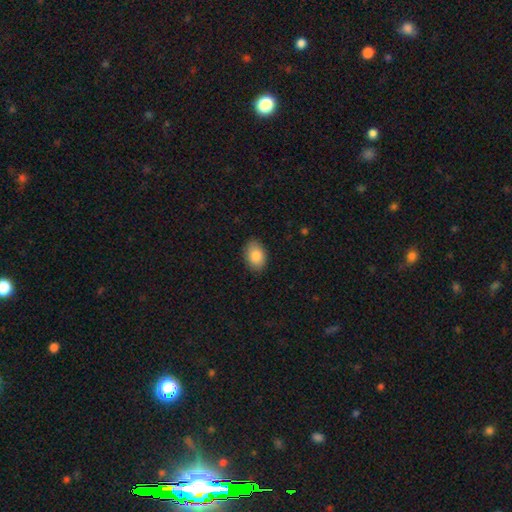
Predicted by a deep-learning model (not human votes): Overall: smooth (86%). How rounded: in between (85%). Merging: none (87%).